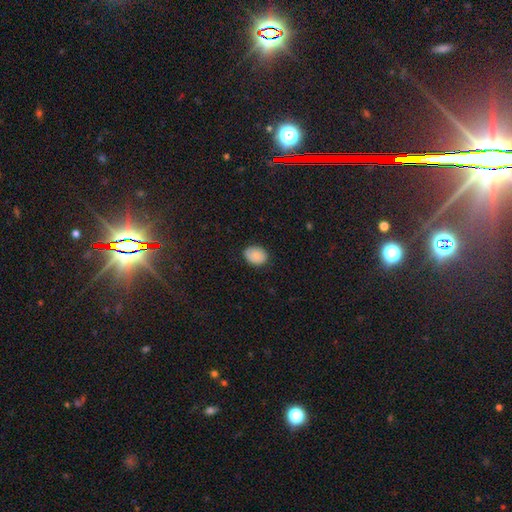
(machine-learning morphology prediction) This is clearly a smooth galaxy (86%). How rounded: likely in between (65%). Merging: clearly none (83%).